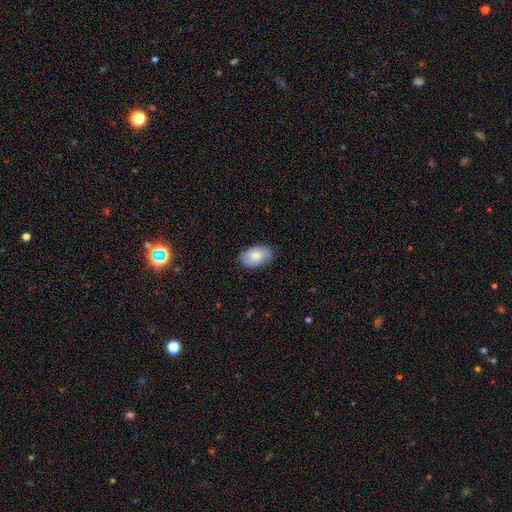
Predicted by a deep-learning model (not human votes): A smooth galaxy with no disk features (78%) that is in between round and cigar-shaped (91%).

Vote fractions:
- Smooth or featured? smooth: 78% / featured or disk: 15% / star or artifact: 7%
- How rounded? in between: 91% / round: 7% / cigar-shaped: 1%
- Merging? none: 83% / minor disturbance: 13% / major disturbance: 2% / merger: 1%